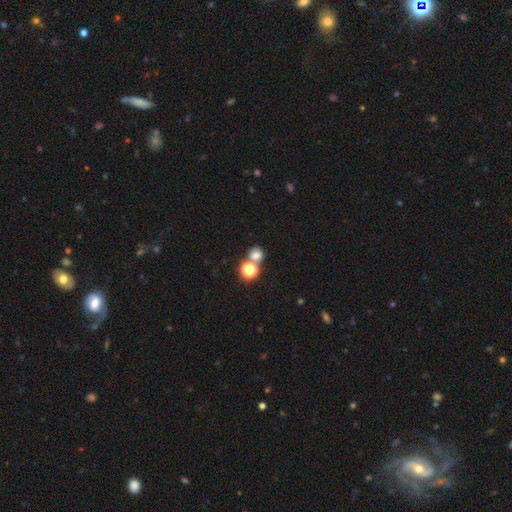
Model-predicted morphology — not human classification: A smooth galaxy with no disk features (71%) that is round (77%).

Vote fractions:
- Smooth or featured? smooth: 71% / star or artifact: 20% / featured or disk: 9%
- How rounded? round: 77% / in between: 22% / cigar-shaped: 1%
- Merging? none: 54% / merger: 35% / minor disturbance: 8% / major disturbance: 4%